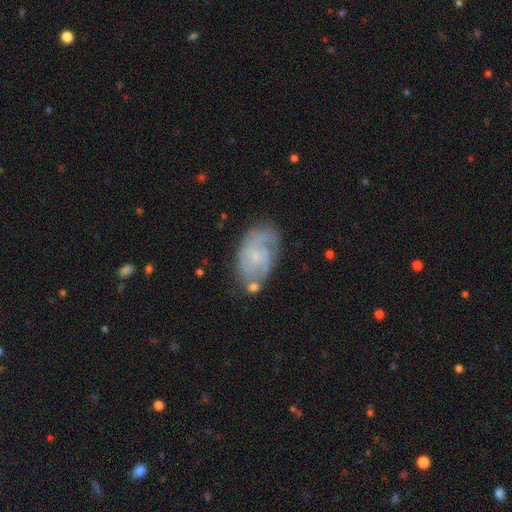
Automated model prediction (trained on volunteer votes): Morphology: type=featured or disk (74%); edge-on=no (97%); bar=no (64%); spiral arms=yes (89%); winding=tight (43%); arm count=2 (38%); bulge=small (74%); merging=none (57%).